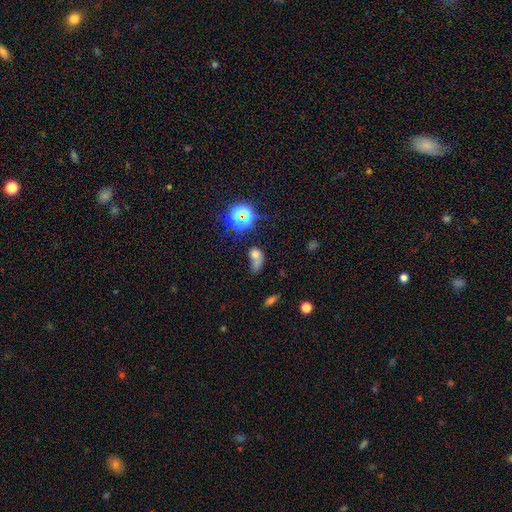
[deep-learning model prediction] Smooth or featured? smooth (61%)
How rounded? in between (62%)
Merging? none (28%)